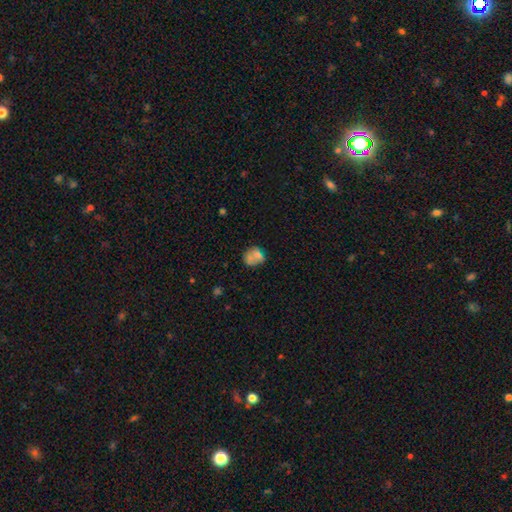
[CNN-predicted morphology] Smooth or featured? Predicted: smooth (p=0.63). How rounded? Predicted: round (p=0.64). Merging? Predicted: none (p=0.45).